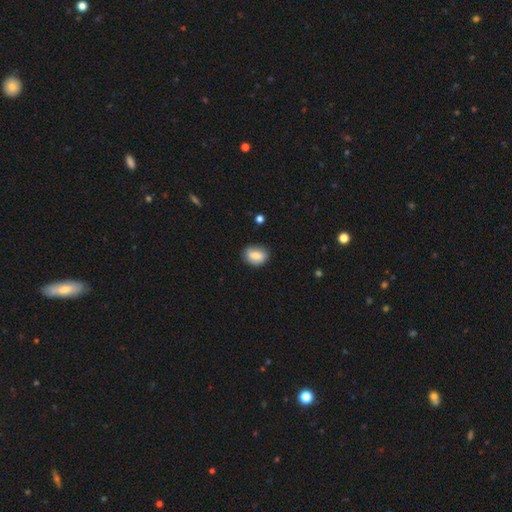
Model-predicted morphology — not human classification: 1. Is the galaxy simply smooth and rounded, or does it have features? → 74% smooth, 18% featured or disk, 8% star or artifact.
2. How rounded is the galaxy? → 63% in between, 35% round, 2% cigar-shaped.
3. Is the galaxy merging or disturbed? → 69% none, 23% minor disturbance, 5% major disturbance, 3% merger.